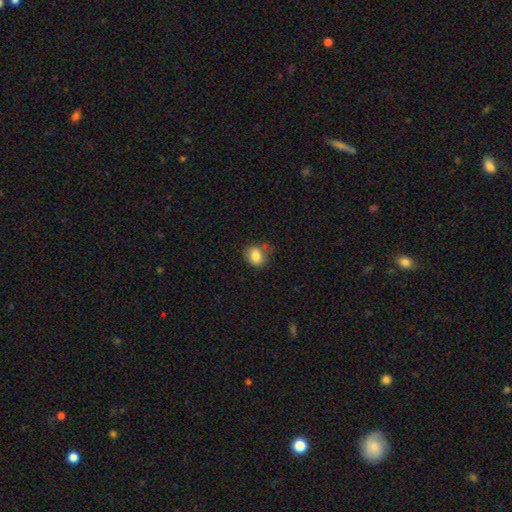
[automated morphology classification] Smooth or featured? Predicted: smooth (p=0.82). How rounded? Predicted: in between (p=0.52). Merging? Predicted: none (p=0.63).